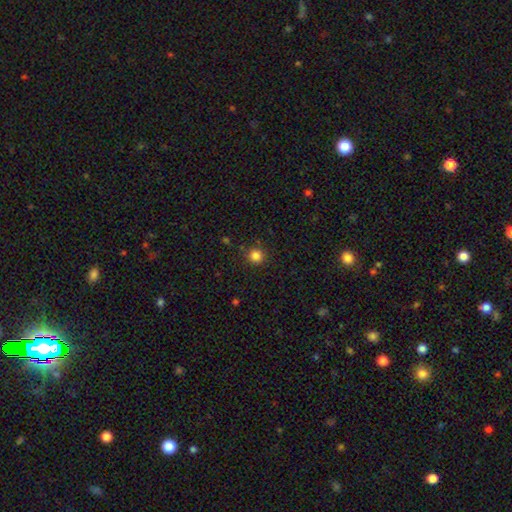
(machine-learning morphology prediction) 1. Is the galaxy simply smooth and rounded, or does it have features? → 84% smooth, 12% star or artifact, 4% featured or disk.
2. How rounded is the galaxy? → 93% round, 6% in between, 1% cigar-shaped.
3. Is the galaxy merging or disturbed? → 88% none, 8% minor disturbance, 2% major disturbance, 2% merger.